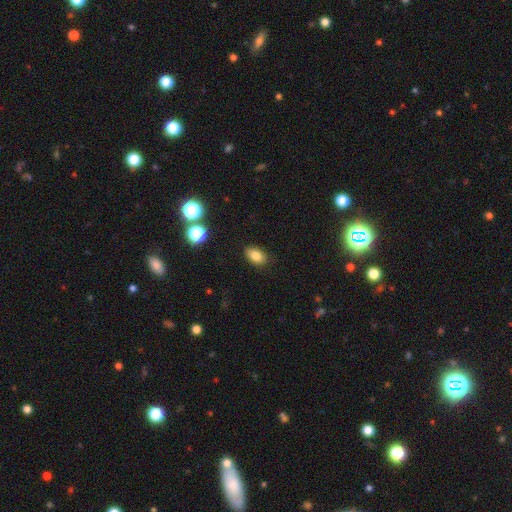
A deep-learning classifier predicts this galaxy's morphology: Q: Smooth or featured?
A: smooth (81%); runner-up: star or artifact (11%)
Q: How rounded?
A: in between (86%); runner-up: round (13%)
Q: Merging?
A: none (86%); runner-up: minor disturbance (10%)